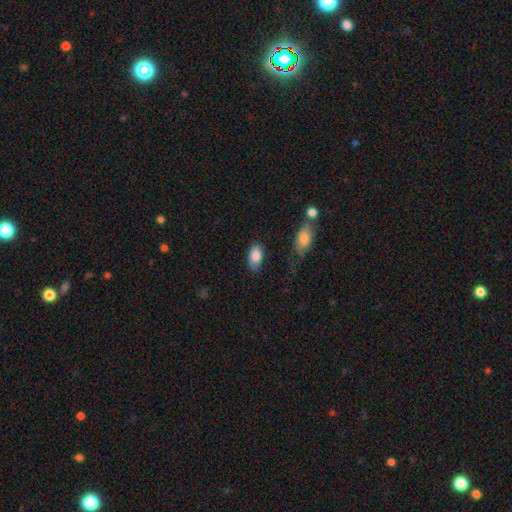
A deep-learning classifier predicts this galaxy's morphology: This appears to be a smooth galaxy with no disk features (85%) that is in between round and cigar-shaped (93%). Merging: none (77%).